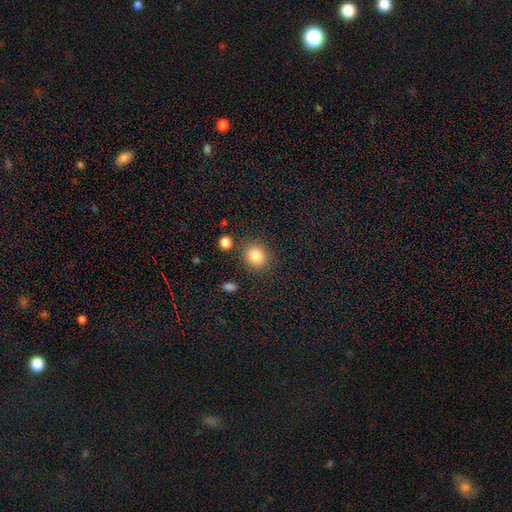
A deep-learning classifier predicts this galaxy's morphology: Overall: smooth (85%). How rounded: round (77%). Merging: none (84%).